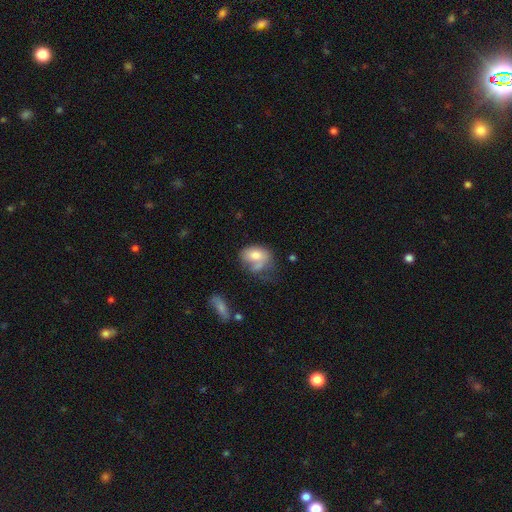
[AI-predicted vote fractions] Morphology: type=smooth (70%); roundness=in between (75%); merging=none (29%).